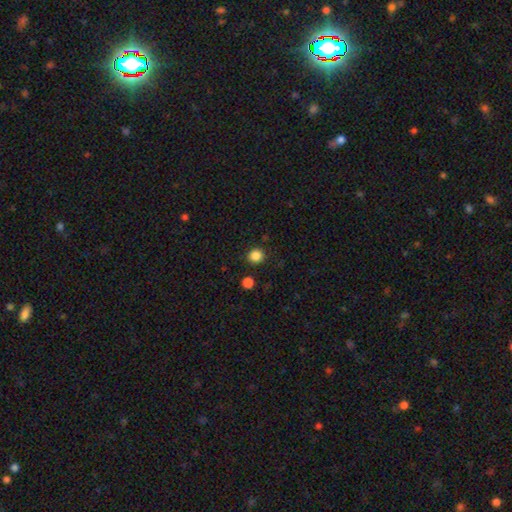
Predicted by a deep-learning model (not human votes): The model was most divided on "smooth or featured": smooth: 85%, star or artifact: 12%, featured or disk: 3%. More confident: merging — none (89%); how rounded — round (89%).